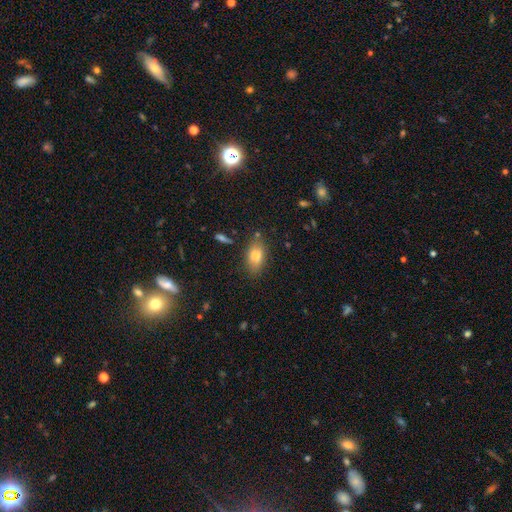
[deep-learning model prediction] smooth_or_featured: smooth (p=0.79) [alt: featured or disk p=0.12]
how_rounded: in between (p=0.88) [alt: round p=0.08]
merging: none (p=0.78) [alt: minor disturbance p=0.15]